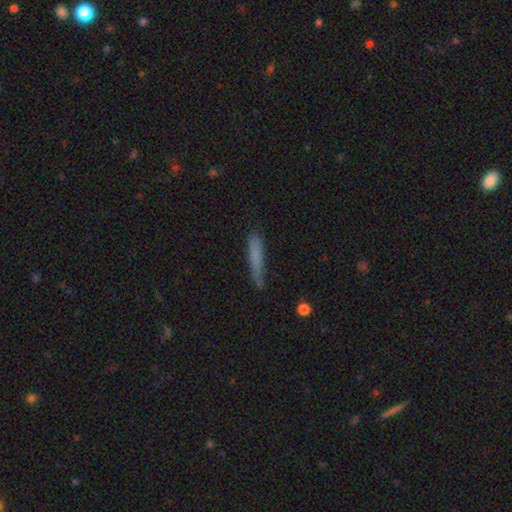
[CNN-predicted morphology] A smooth galaxy with no disk features (74%) that is cigar-shaped (93%). Merging: none (68%).